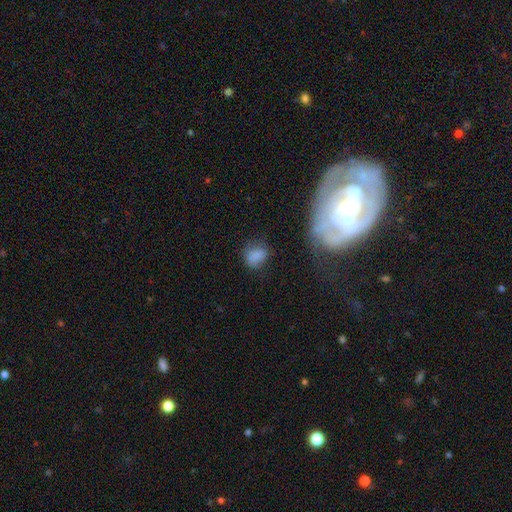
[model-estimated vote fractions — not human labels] This appears to be a smooth galaxy with no disk features (79%) that is in between round and cigar-shaped (62%). Merging: none (58%).